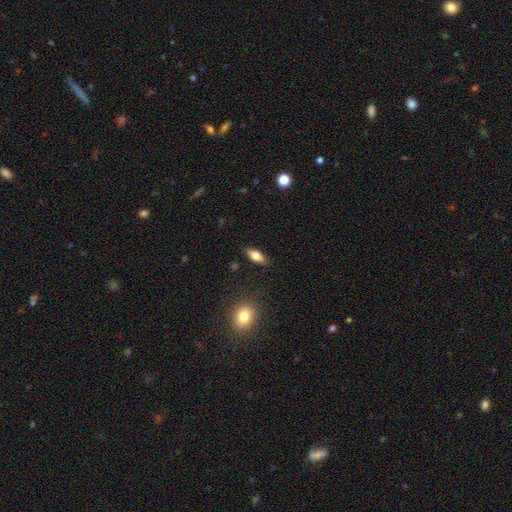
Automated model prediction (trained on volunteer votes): Overall: smooth (75%). How rounded: in between (80%). Merging: none (86%).